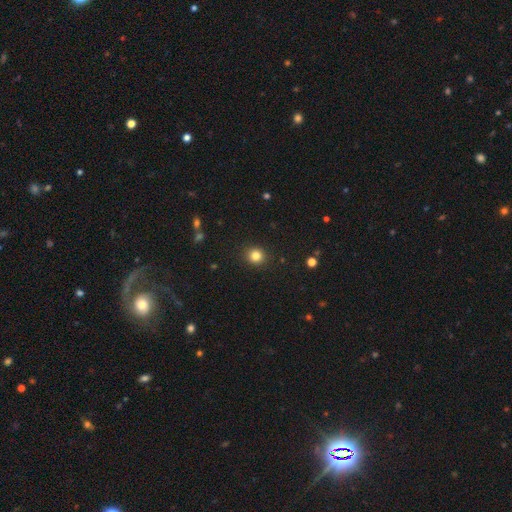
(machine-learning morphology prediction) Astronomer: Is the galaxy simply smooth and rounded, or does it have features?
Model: smooth — 83%.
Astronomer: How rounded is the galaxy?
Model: round — 88%.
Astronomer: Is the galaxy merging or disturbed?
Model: none — 91%.